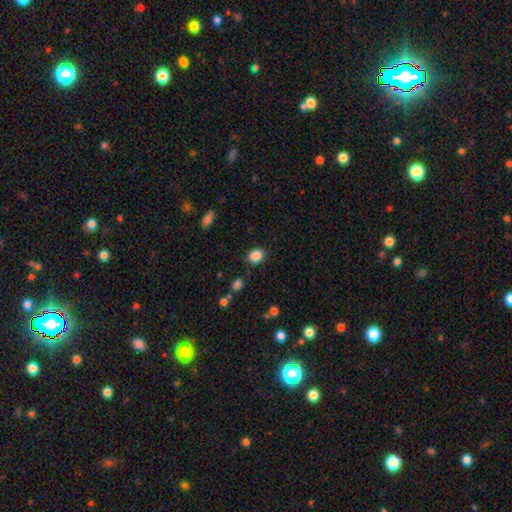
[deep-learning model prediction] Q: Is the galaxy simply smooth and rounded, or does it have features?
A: smooth — 87%.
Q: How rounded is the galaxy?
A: round — 51%.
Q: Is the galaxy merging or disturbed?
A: none — 85%.